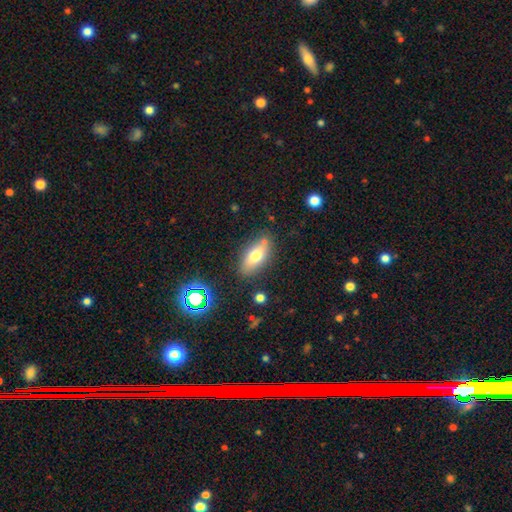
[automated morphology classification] Q: Smooth or featured?
A: smooth (70%); runner-up: featured or disk (21%)
Q: How rounded?
A: in between (82%); runner-up: cigar-shaped (14%)
Q: Merging?
A: none (78%); runner-up: minor disturbance (14%)